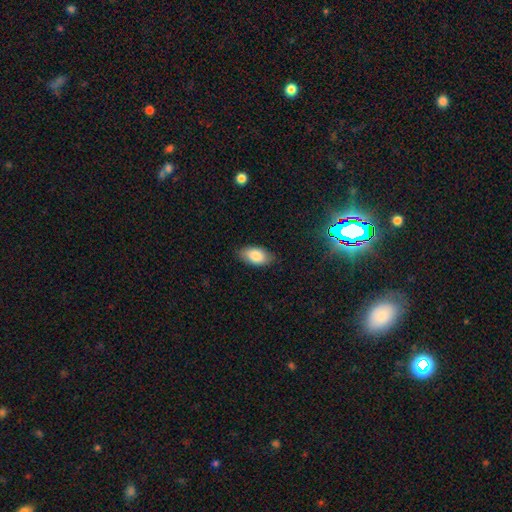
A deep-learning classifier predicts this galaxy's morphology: Smooth or featured: smooth — 84% (featured or disk — 9%)
How rounded: in between — 94% (round — 4%)
Merging: none — 84% (minor disturbance — 13%)